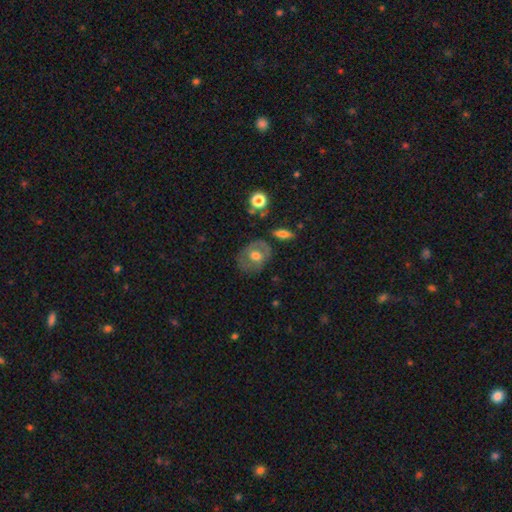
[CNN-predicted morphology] Smooth or featured? smooth (50%)
Merging? none (70%)